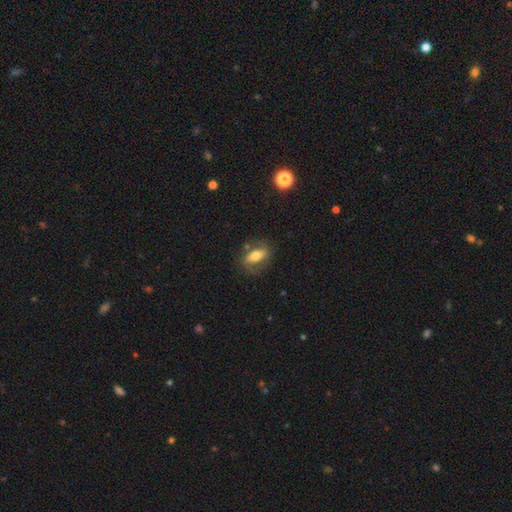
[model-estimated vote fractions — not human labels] smooth 47%, featured or disk 45%, star or artifact 8%. Down the decision tree: merging — none (68%).